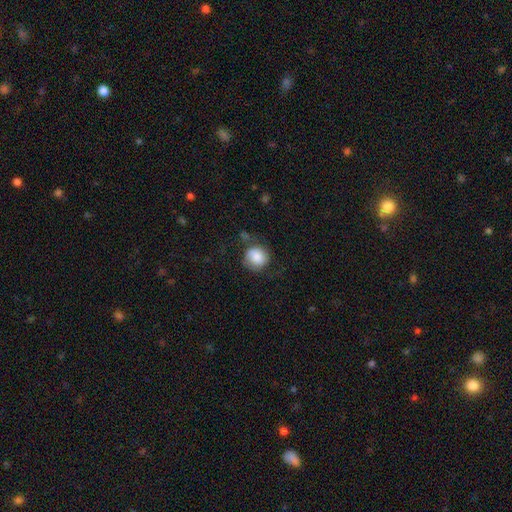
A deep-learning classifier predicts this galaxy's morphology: Smooth or featured? Predicted: smooth (p=0.80). How rounded? Predicted: round (p=0.85). Merging? Predicted: none (p=0.62).